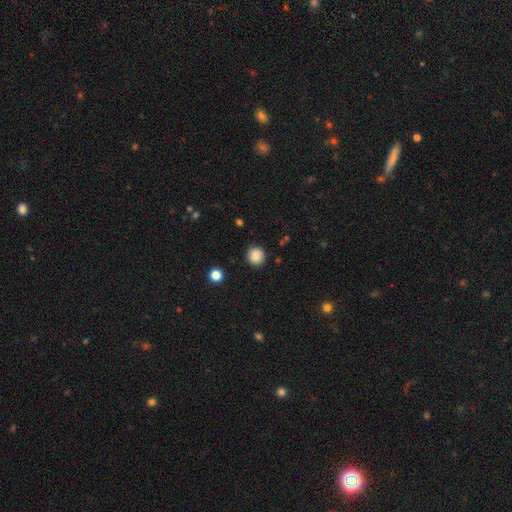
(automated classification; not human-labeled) Smooth or featured? smooth (87%)
How rounded? round (91%)
Merging? none (90%)